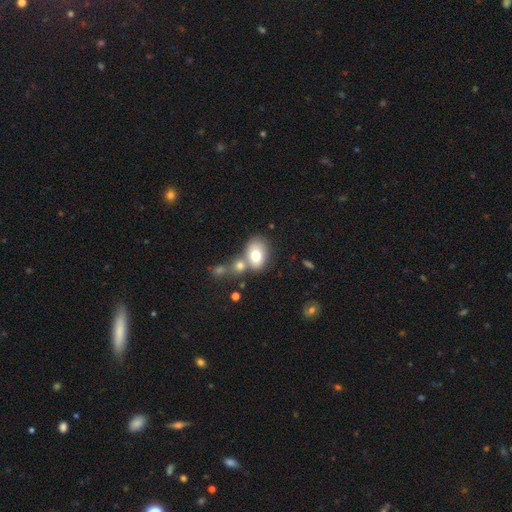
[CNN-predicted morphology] smooth_or_featured: smooth (p=0.72) [alt: featured or disk p=0.19]
how_rounded: in between (p=0.71) [alt: round p=0.27]
merging: none (p=0.41) [tied with: merger p=0.41]